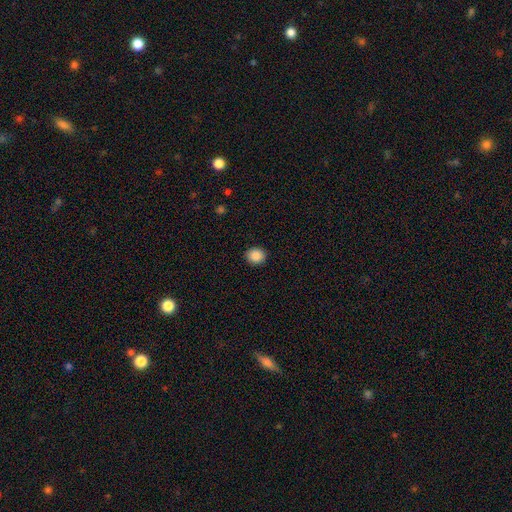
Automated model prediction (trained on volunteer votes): smooth-or-featured: smooth: 88% | star or artifact: 9% | featured or disk: 3%
  how-rounded: round: 77% | in between: 22% | cigar-shaped: 1%
  merging: none: 90% | minor disturbance: 7% | major disturbance: 2% | merger: 1%